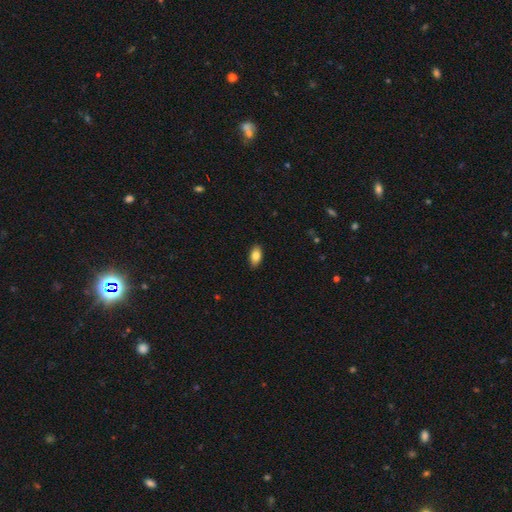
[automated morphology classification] smooth 83%, featured or disk 9%, star or artifact 7%. Down the decision tree: how rounded — in between (91%); merging — none (88%).